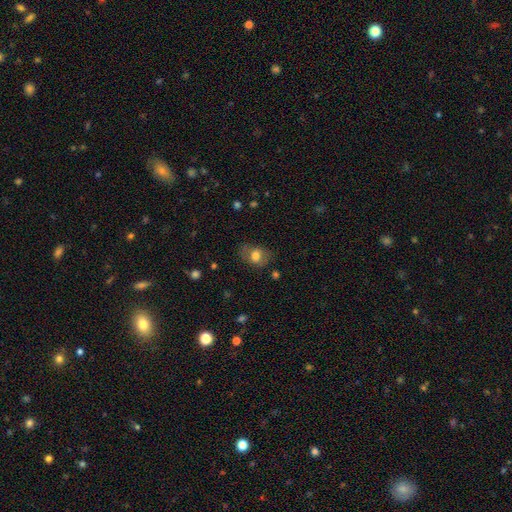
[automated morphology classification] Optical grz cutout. It shows a smooth galaxy with no disk features (69%) that is in between round and cigar-shaped (62%). Merging: none (67%).